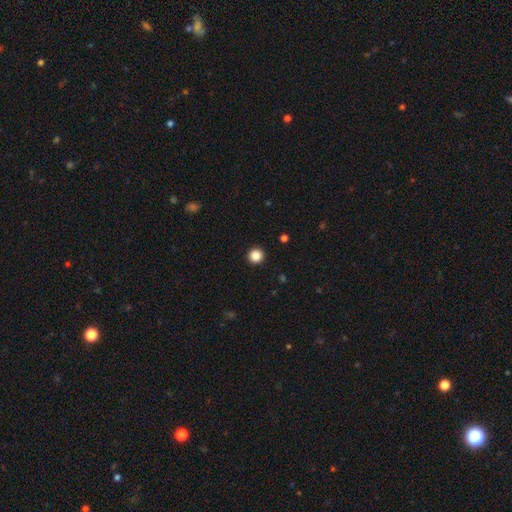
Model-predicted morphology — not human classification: type=smooth (86%); roundness=round (96%); merging=none (94%).